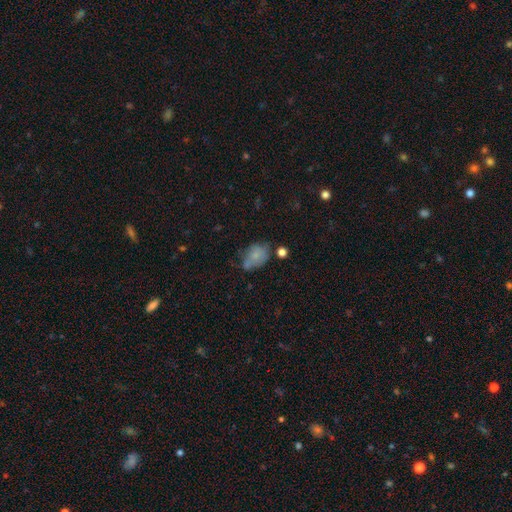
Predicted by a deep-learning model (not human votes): Smooth or featured: smooth — 70% (featured or disk — 19%)
How rounded: in between — 69% (round — 29%)
Merging: none — 39% (minor disturbance — 31%)